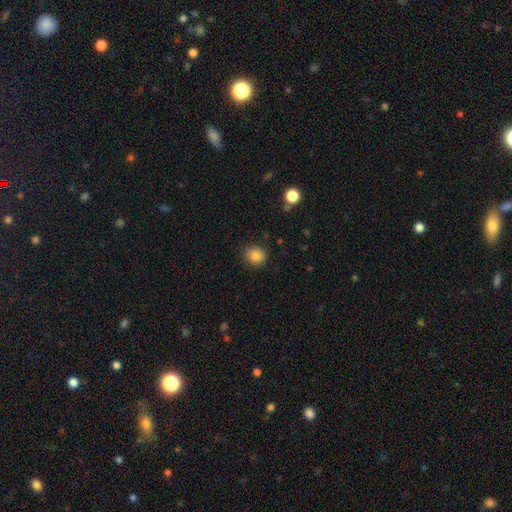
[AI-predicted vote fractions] Smooth or featured? Predicted: smooth (p=0.85). How rounded? Predicted: round (p=0.83). Merging? Predicted: none (p=0.87).